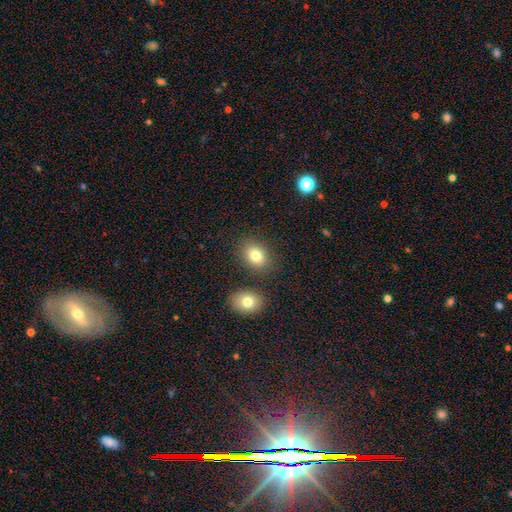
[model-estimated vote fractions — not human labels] Smooth or featured? smooth (80%)
How rounded? in between (66%)
Merging? none (77%)